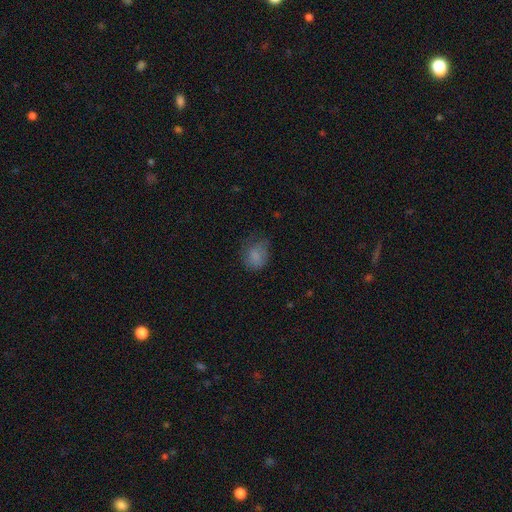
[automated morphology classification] Smooth or featured?
  - smooth: 77% *
  - star or artifact: 12%
  - featured or disk: 11%
How rounded?
  - round: 56% *
  - in between: 43%
  - cigar-shaped: 1%
Merging?
  - none: 54% *
  - minor disturbance: 29%
  - major disturbance: 15%
  - merger: 1%